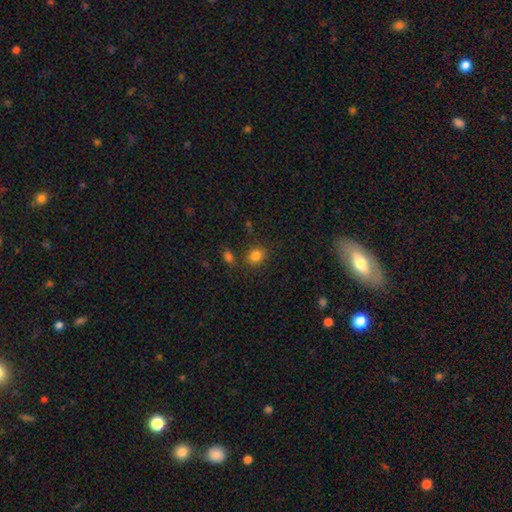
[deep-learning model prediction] This is clearly a smooth galaxy (83%). How rounded: likely round (63%). Merging: likely none (77%).